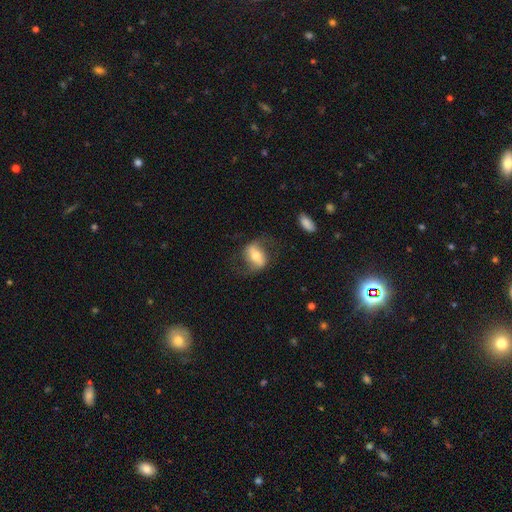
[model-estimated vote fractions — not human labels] The model was most divided on "smooth or featured": featured or disk: 50%, smooth: 43%, star or artifact: 7%. More confident: merging — none (66%).